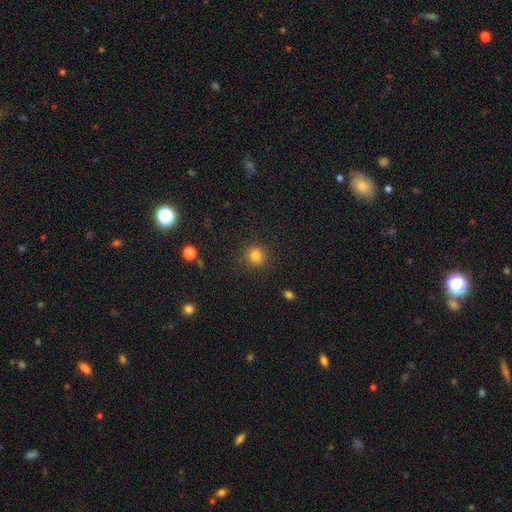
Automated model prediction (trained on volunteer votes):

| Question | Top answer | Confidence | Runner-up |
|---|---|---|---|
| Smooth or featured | smooth | 82% | star or artifact (12%) |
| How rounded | round | 90% | in between (9%) |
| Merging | none | 89% | minor disturbance (7%) |